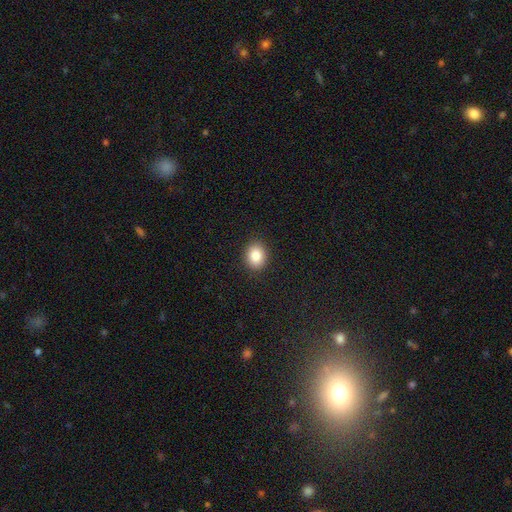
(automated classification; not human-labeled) Smooth or featured? smooth (86%)
How rounded? round (52%)
Merging? none (90%)